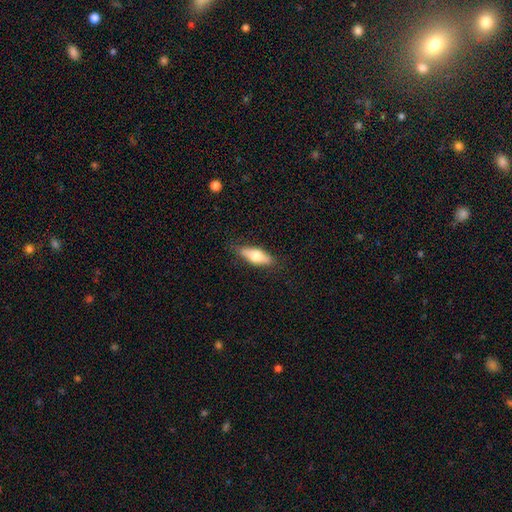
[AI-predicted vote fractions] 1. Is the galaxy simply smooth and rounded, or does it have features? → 66% smooth, 28% featured or disk, 6% star or artifact.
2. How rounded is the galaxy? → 59% in between, 38% cigar-shaped, 3% round.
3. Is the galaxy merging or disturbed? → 81% none, 15% minor disturbance, 3% major disturbance, 1% merger.